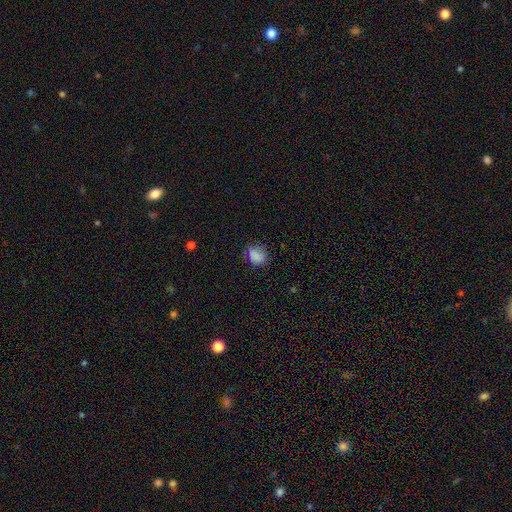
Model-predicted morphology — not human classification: This appears to be a smooth galaxy with no disk features (83%) that is in between round and cigar-shaped (52%). Merging: none (71%).